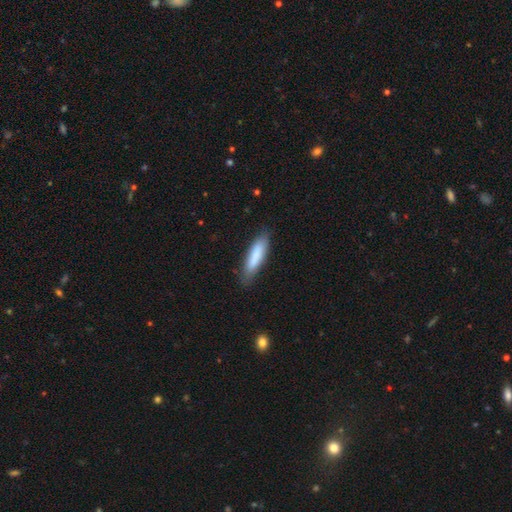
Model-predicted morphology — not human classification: This is clearly a smooth galaxy (83%). How rounded: likely cigar-shaped (68%). Merging: clearly none (80%).